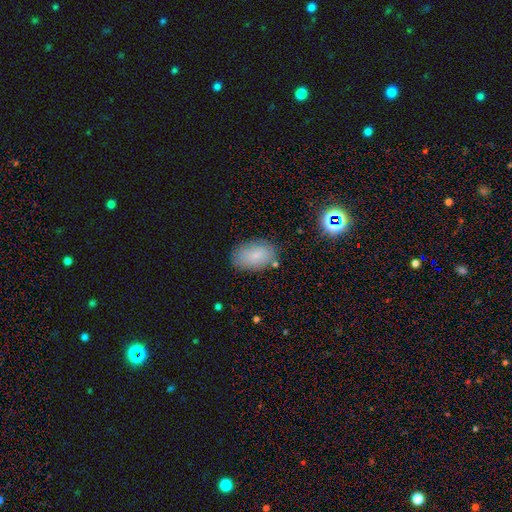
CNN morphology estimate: Smooth or featured? Predicted: smooth (p=0.76). How rounded? Predicted: in between (p=0.91). Merging? Predicted: none (p=0.79).